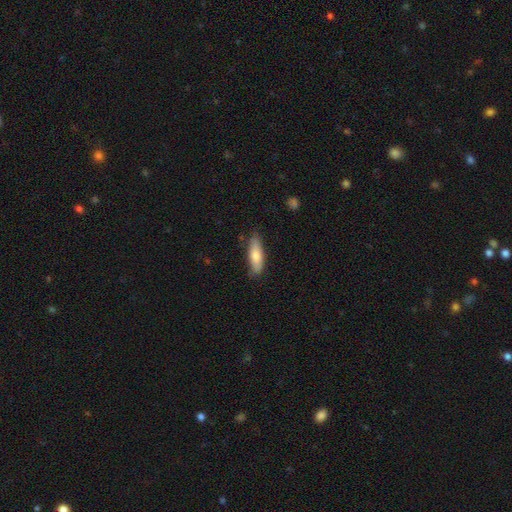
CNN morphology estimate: A smooth galaxy with no disk features (73%) that is cigar-shaped (53%).

Vote fractions:
- Smooth or featured? smooth: 73% / featured or disk: 21% / star or artifact: 6%
- How rounded? cigar-shaped: 53% / in between: 45% / round: 2%
- Merging? none: 81% / minor disturbance: 15% / major disturbance: 2% / merger: 1%